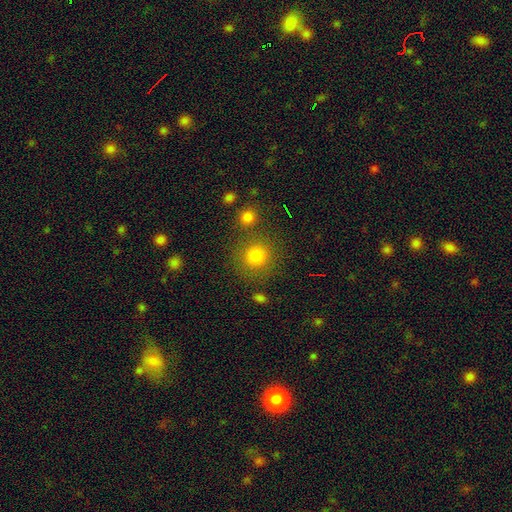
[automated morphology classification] Overall: smooth (79%). How rounded: round (91%). Merging: none (79%).